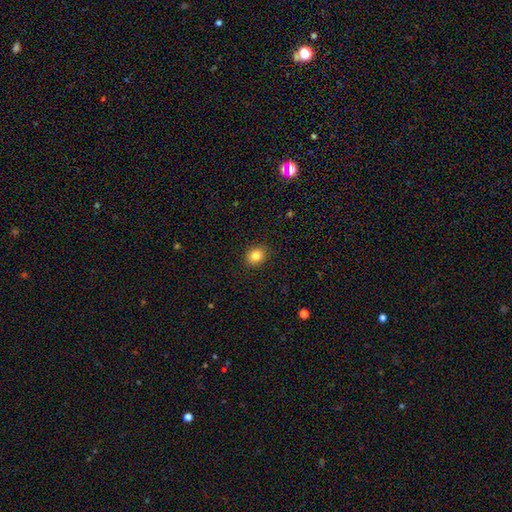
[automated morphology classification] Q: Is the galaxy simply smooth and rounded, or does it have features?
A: smooth — 85%.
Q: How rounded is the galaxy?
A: round — 54%.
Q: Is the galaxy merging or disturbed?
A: none — 90%.